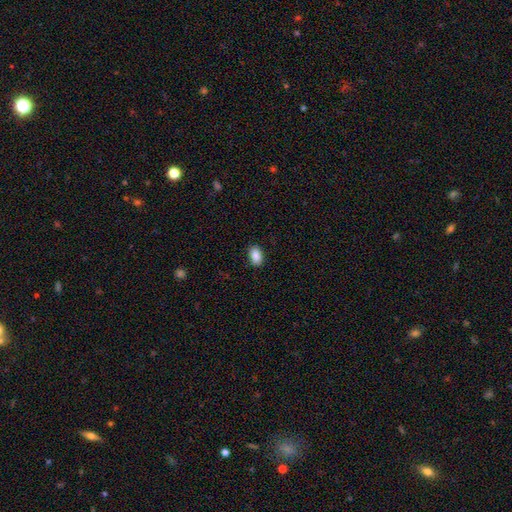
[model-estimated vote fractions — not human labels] This is clearly a smooth galaxy (88%). How rounded: clearly in between (89%). Merging: clearly none (86%).